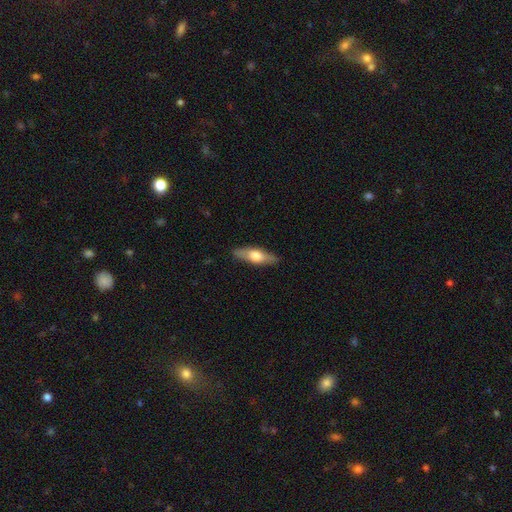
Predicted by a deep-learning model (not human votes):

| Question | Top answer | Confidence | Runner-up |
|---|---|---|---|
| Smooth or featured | smooth | 50% | featured or disk (44%) |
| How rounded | in between | 49% | cigar-shaped (48%) |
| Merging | none | 87% | minor disturbance (10%) |